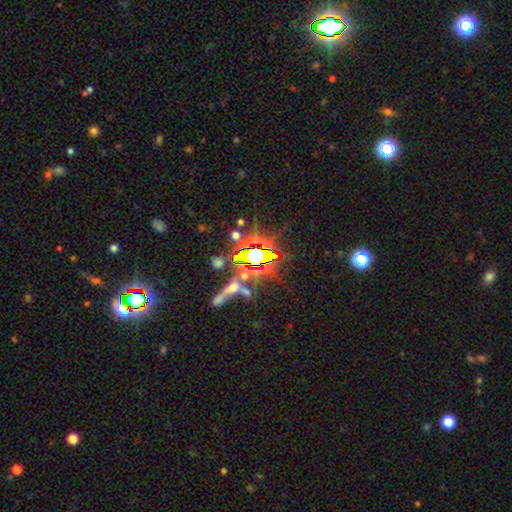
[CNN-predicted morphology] Smooth or featured?
  - star or artifact: 66% *
  - smooth: 18%
  - featured or disk: 15%